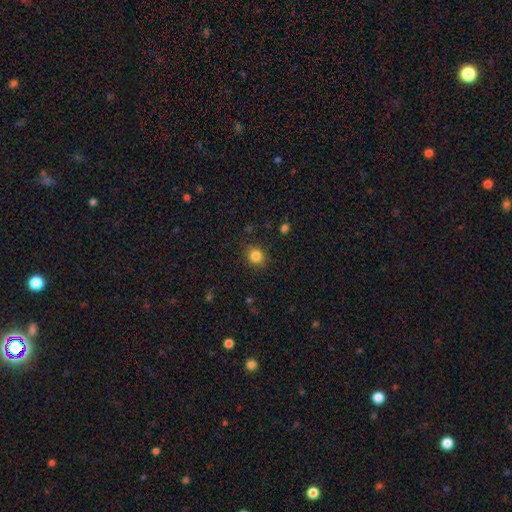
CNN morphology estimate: smooth 84%, star or artifact 11%, featured or disk 5%. Down the decision tree: how rounded — round (73%); merging — none (87%).